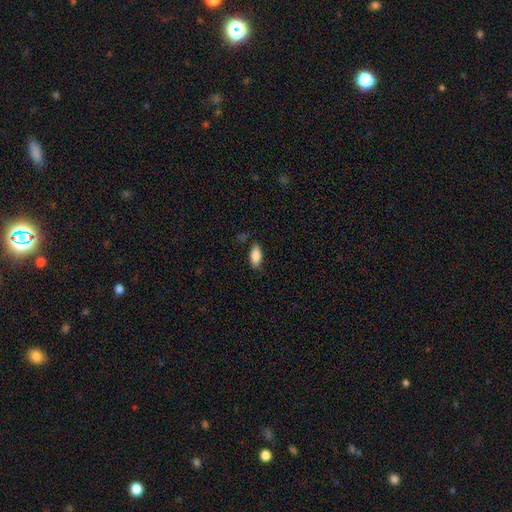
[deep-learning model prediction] Smooth or featured: smooth — 84% (featured or disk — 9%)
How rounded: in between — 84% (cigar-shaped — 13%)
Merging: none — 79% (minor disturbance — 16%)